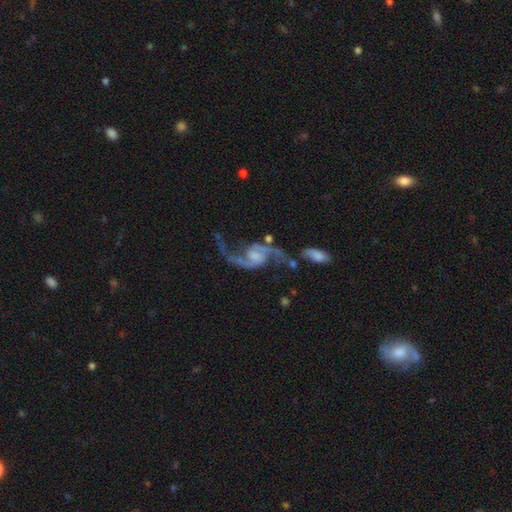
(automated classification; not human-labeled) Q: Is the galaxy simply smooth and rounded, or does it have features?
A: featured or disk — 91%.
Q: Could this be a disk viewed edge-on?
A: no — 97%.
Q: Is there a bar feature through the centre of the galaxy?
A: no — 51%.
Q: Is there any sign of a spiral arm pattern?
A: yes — 97%.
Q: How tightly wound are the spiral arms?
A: loose — 80%.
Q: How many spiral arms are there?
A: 2 — 94%.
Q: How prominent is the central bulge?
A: small — 34%.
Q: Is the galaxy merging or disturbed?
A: none — 55%.